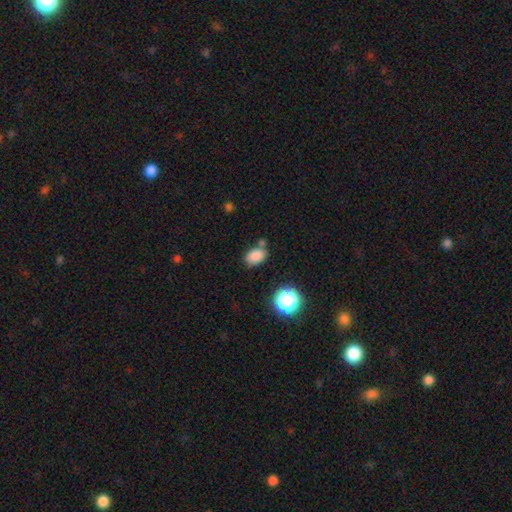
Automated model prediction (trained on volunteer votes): Smooth or featured?
  - smooth: 84% *
  - star or artifact: 11%
  - featured or disk: 5%
How rounded?
  - in between: 82% *
  - round: 17%
  - cigar-shaped: 1%
Merging?
  - none: 71% *
  - minor disturbance: 14%
  - merger: 11%
  - major disturbance: 4%